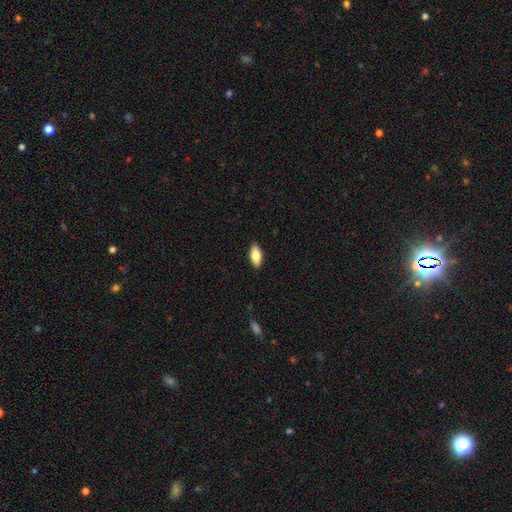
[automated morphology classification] This is clearly a smooth galaxy (80%). How rounded: clearly in between (87%). Merging: clearly none (90%).